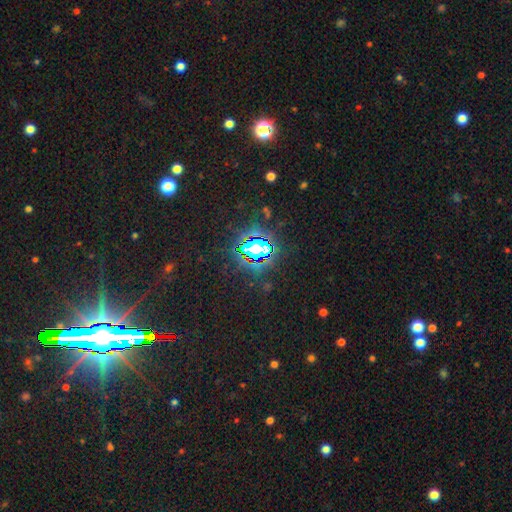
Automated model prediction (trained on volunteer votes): A star or artifact, not a galaxy (75%).